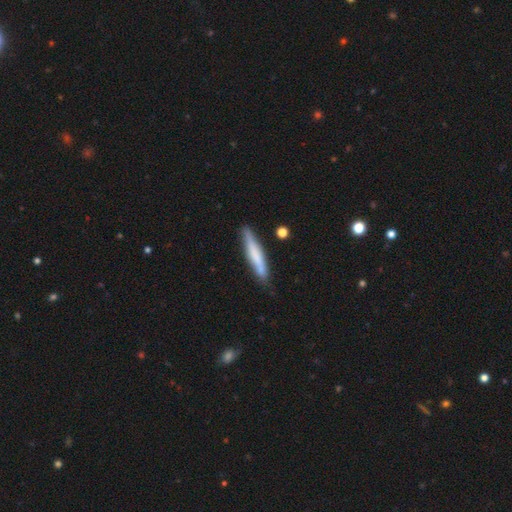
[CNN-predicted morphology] Smooth or featured? smooth (62%)
How rounded? cigar-shaped (91%)
Merging? none (77%)